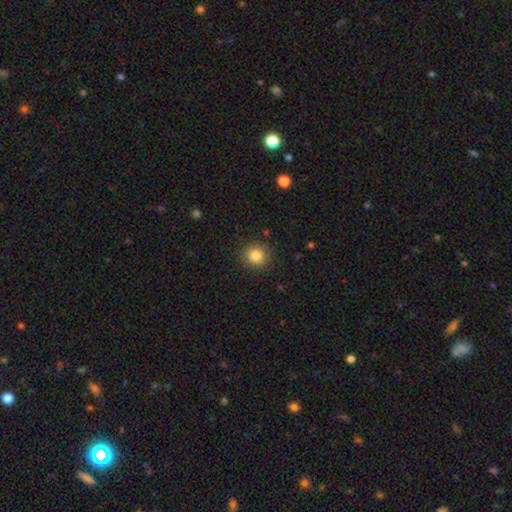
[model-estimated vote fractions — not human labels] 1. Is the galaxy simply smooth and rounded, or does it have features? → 84% smooth, 11% star or artifact, 5% featured or disk.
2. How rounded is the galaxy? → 89% round, 10% in between, 1% cigar-shaped.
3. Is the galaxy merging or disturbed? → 88% none, 8% minor disturbance, 3% major disturbance, 1% merger.